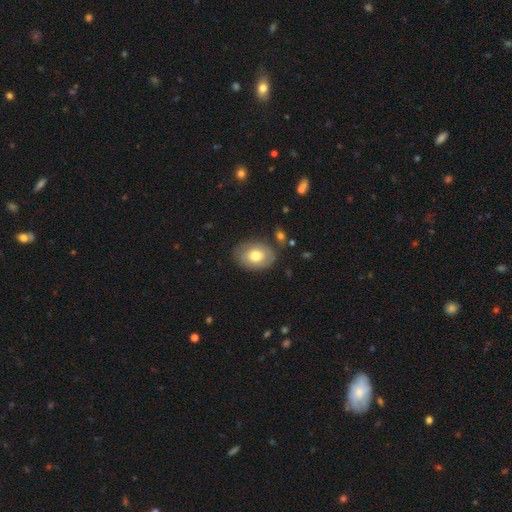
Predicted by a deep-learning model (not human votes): smooth-or-featured: smooth: 64% | featured or disk: 29% | star or artifact: 7%
  how-rounded: in between: 74% | round: 25% | cigar-shaped: 1%
  merging: none: 78% | minor disturbance: 15% | major disturbance: 4% | merger: 3%